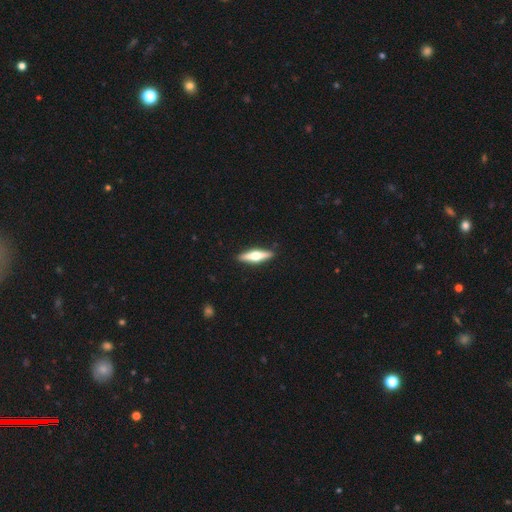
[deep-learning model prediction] featured or disk 58%, smooth 37%, star or artifact 5%. Down the decision tree: edge-on disk — yes (96%); edge-on bulge — rounded (95%); merging — none (91%).